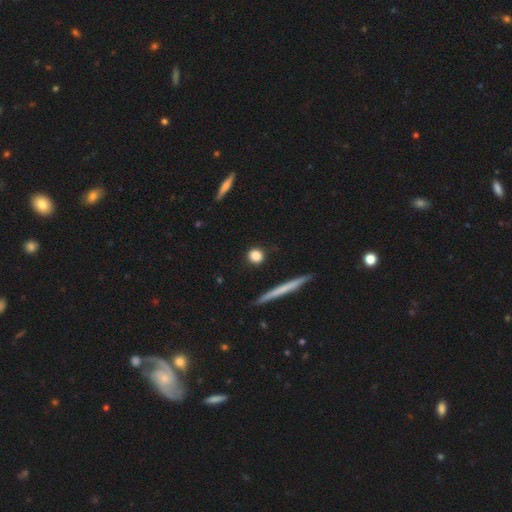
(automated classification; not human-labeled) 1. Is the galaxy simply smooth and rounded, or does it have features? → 83% smooth, 8% featured or disk, 8% star or artifact.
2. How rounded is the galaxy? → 79% round, 12% in between, 9% cigar-shaped.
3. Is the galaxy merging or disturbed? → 88% none, 8% minor disturbance, 2% major disturbance, 2% merger.